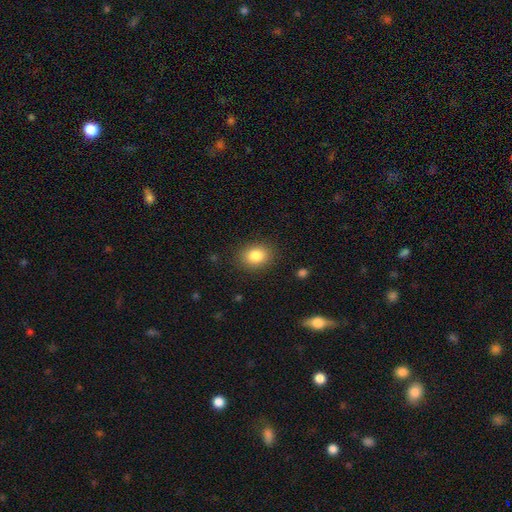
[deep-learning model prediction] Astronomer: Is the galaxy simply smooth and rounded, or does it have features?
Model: smooth — 84%.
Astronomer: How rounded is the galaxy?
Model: in between — 55% (runner-up: round, 44%).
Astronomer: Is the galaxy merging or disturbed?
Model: none — 87%.